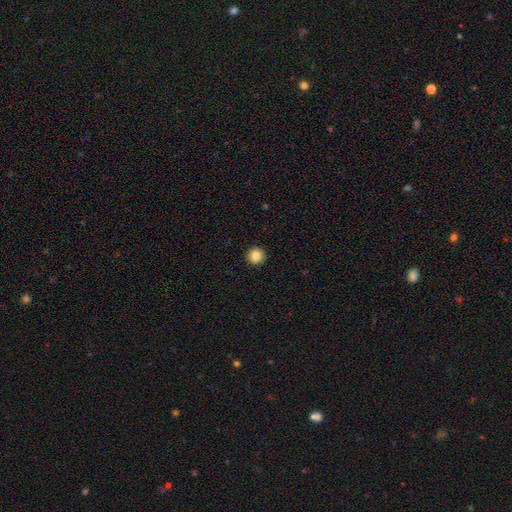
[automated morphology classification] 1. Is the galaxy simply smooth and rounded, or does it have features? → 85% smooth, 9% star or artifact, 6% featured or disk.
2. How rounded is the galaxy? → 95% round, 4% in between, 1% cigar-shaped.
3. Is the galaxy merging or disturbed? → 93% none, 4% minor disturbance, 1% major disturbance, 1% merger.